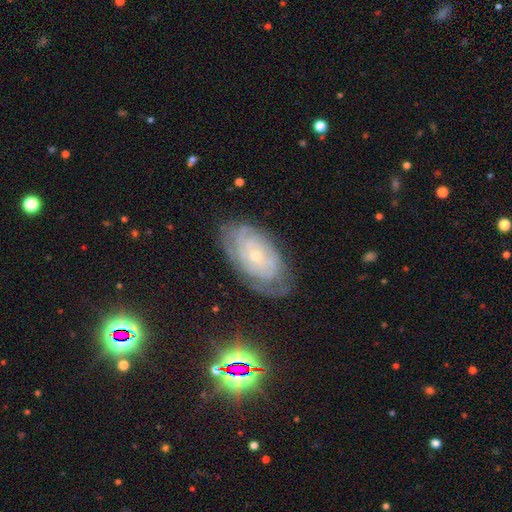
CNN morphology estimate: This is likely a featured or disk galaxy (76%). It is clearly not viewed edge-on (94%). Bar: clearly no (82%). Spiral arm pattern: clearly yes (87%). Spiral arm count: possibly can't tell (58%). Spiral winding: clearly tight (81%). Central bulge: likely small (78%). Merging: likely none (73%).